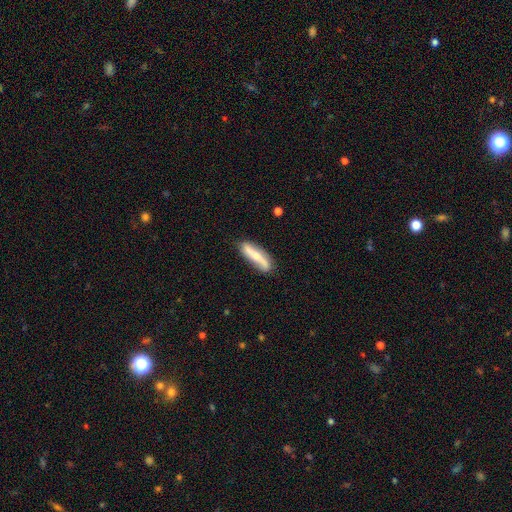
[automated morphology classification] The model was most divided on "edge-on disk": no: 53%, yes: 47%. More confident: merging — none (81%); smooth or featured — featured or disk (57%).